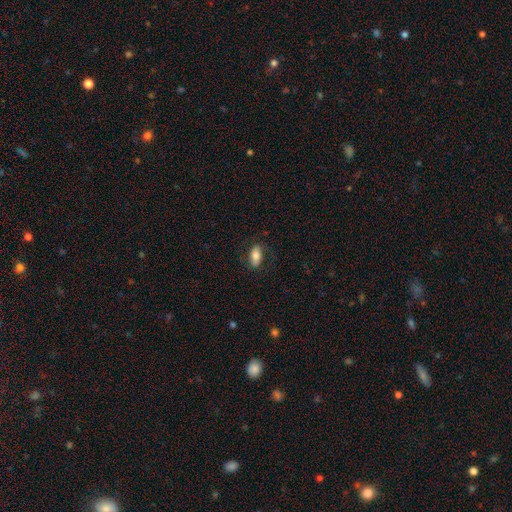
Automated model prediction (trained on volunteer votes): Overall: smooth (72%). How rounded: in between (87%). Merging: none (77%).